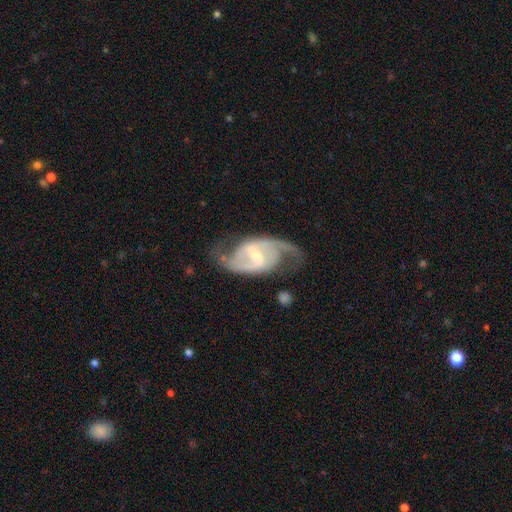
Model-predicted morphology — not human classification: smooth-or-featured: featured or disk: 90% | smooth: 5% | star or artifact: 5%
  disk-edge-on: no: 97% | yes: 3%
    bar: weak: 52% | strong: 35% | no: 13%
    has-spiral-arms: yes: 97% | no: 3%
      spiral-winding: medium: 52% | loose: 34% | tight: 14%
      spiral-arm-count: 2: 92% | can't tell: 3% | 1: 2% | 3: 1% | 4: 1% | more than 4: 1%
    bulge-size: small: 49% | moderate: 42% | none: 5% | large: 3% | dominant: 1%
  merging: none: 71% | minor disturbance: 17% | major disturbance: 10% | merger: 2%